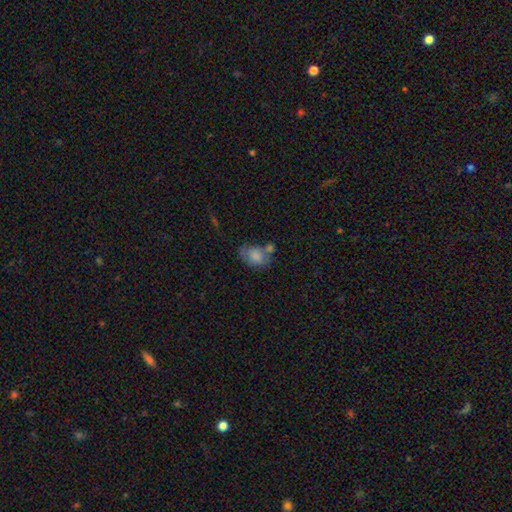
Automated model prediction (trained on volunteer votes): A smooth galaxy with no disk features (76%) that is in between round and cigar-shaped (79%). Merging: none (35%).